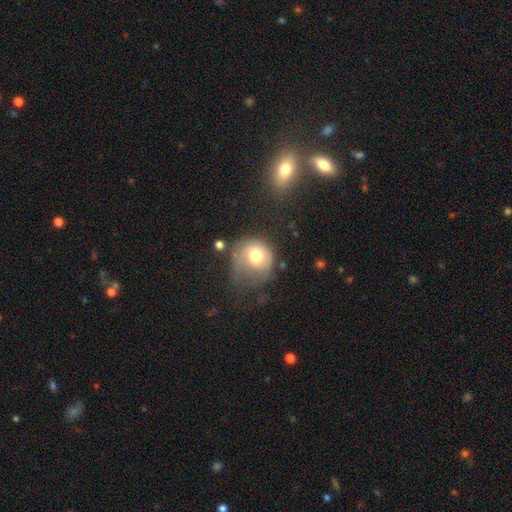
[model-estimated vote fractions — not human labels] This appears to be a smooth galaxy with no disk features (63%) that is round (76%). Merging: major disturbance (38%).